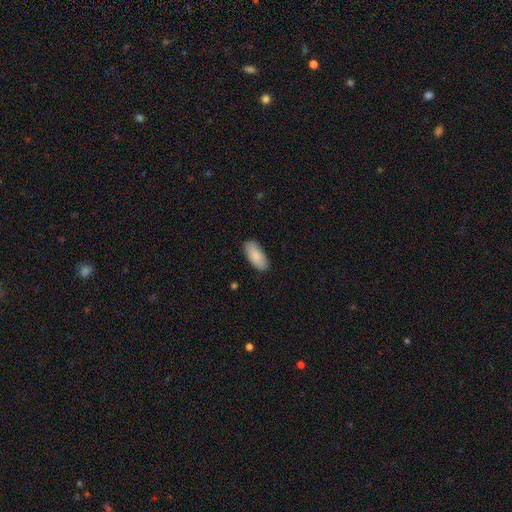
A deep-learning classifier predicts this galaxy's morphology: A smooth galaxy with no disk features (88%) that is in between round and cigar-shaped (91%). Merging: none (87%).